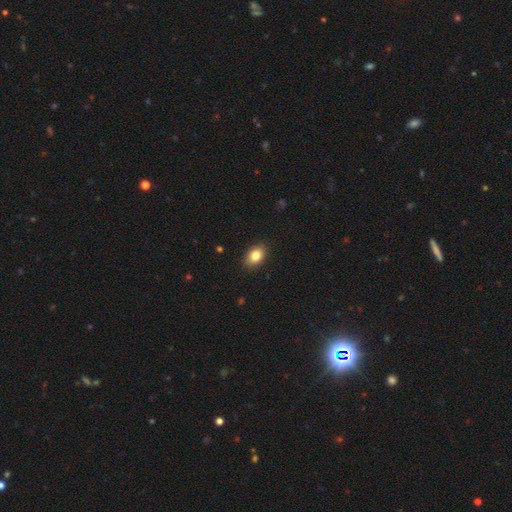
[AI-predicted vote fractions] The model was most divided on "how rounded": in between: 77%, round: 22%, cigar-shaped: 1%. More confident: merging — none (88%); smooth or featured — smooth (83%).